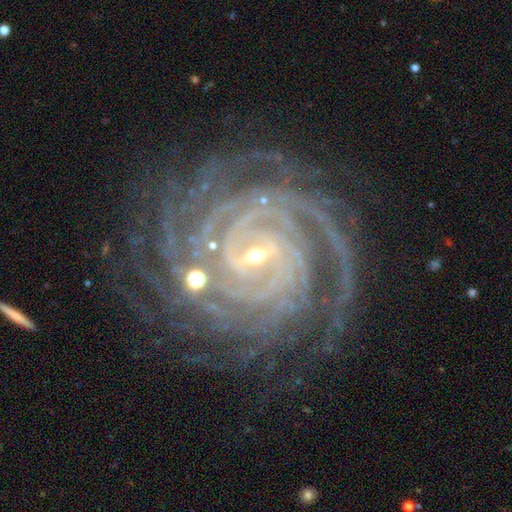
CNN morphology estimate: This appears to be a featured or disk galaxy (92%) with a weak bar (39%), more than 4 (33%) tight (87%) spiral arms (99%) and a small central bulge (78%). Merging: none (79%).